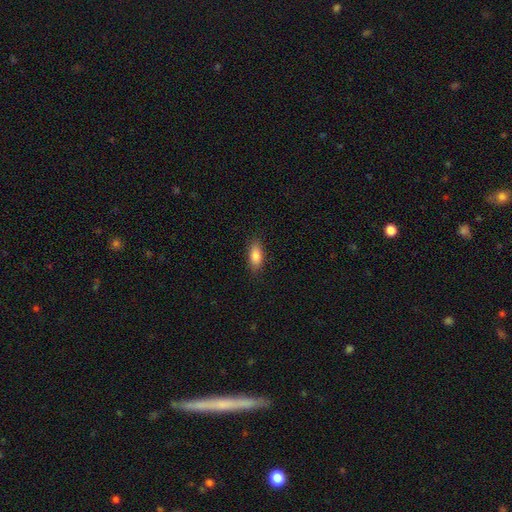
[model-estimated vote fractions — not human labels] Q: Smooth or featured?
A: smooth (85%); runner-up: featured or disk (8%)
Q: How rounded?
A: in between (81%); runner-up: cigar-shaped (17%)
Q: Merging?
A: none (86%); runner-up: minor disturbance (10%)